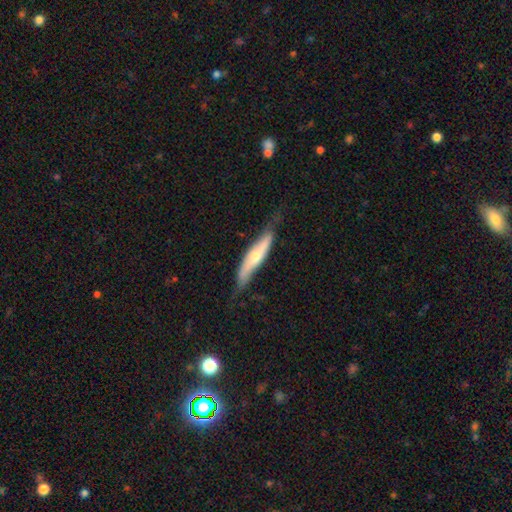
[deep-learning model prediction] The model was most divided on "smooth or featured": featured or disk: 62%, smooth: 32%, star or artifact: 6%. More confident: edge-on disk — yes (68%); merging — none (62%).